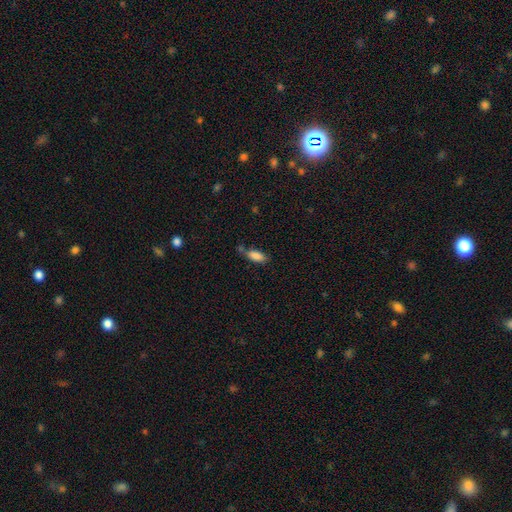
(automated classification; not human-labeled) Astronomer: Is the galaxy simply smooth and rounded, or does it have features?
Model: smooth — 86%.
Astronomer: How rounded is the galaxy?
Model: in between — 81%.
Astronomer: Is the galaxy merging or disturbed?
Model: none — 58%.